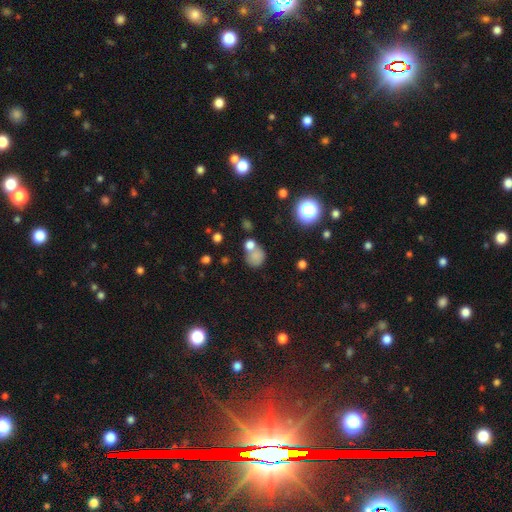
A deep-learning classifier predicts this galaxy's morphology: A smooth galaxy with no disk features (72%) that is round (69%). Merging: none (48%).